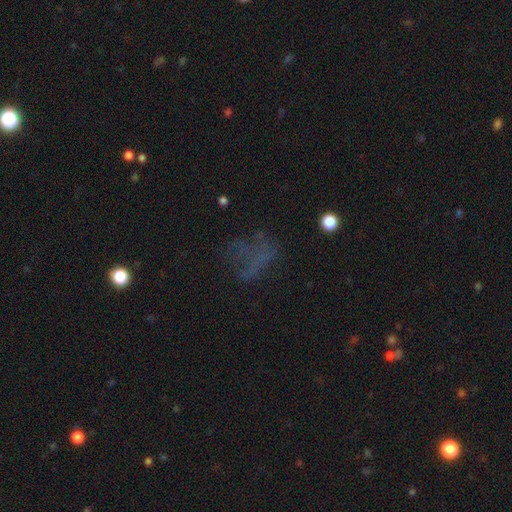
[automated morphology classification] Smooth or featured: star or artifact — 38% (smooth — 35%)